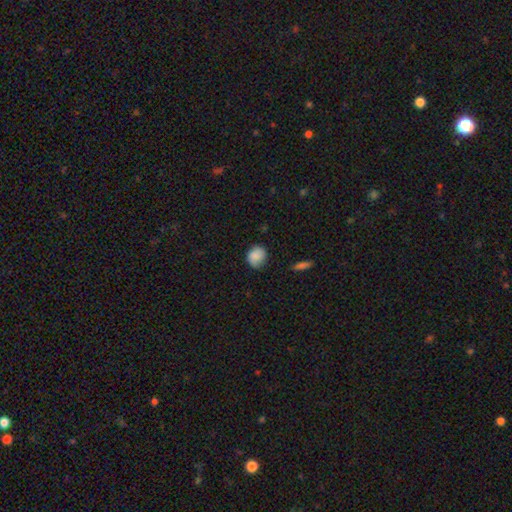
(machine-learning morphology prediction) A smooth galaxy with no disk features (84%) that is round (71%).

Vote fractions:
- Smooth or featured? smooth: 84% / featured or disk: 8% / star or artifact: 8%
- How rounded? round: 71% / in between: 28% / cigar-shaped: 1%
- Merging? none: 70% / minor disturbance: 24% / major disturbance: 4% / merger: 1%